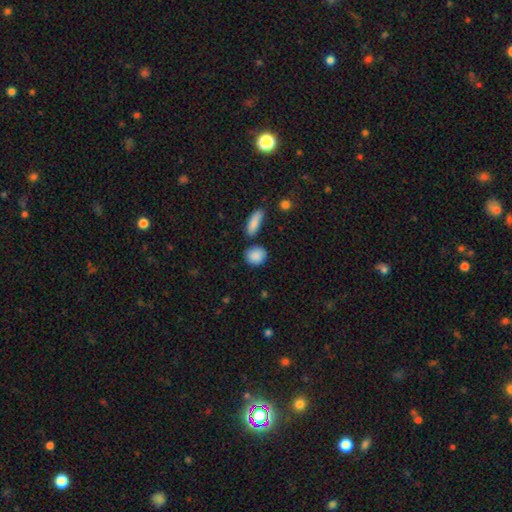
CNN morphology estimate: Smooth or featured: smooth — 88% (star or artifact — 7%)
How rounded: round — 74% (in between — 23%)
Merging: none — 74% (minor disturbance — 15%)